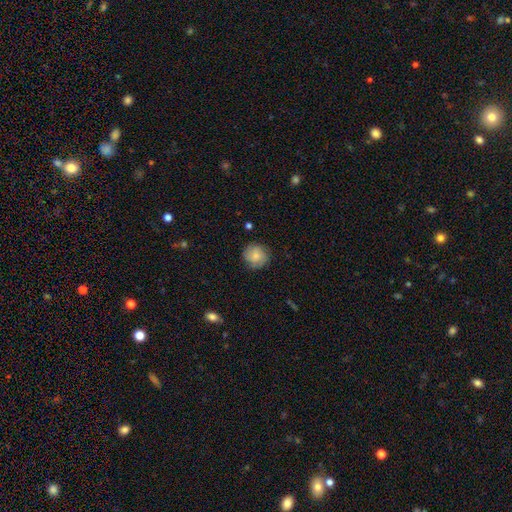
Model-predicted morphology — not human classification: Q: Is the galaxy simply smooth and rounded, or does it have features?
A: smooth — 76%.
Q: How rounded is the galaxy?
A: round — 89%.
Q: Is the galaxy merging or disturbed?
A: none — 81%.